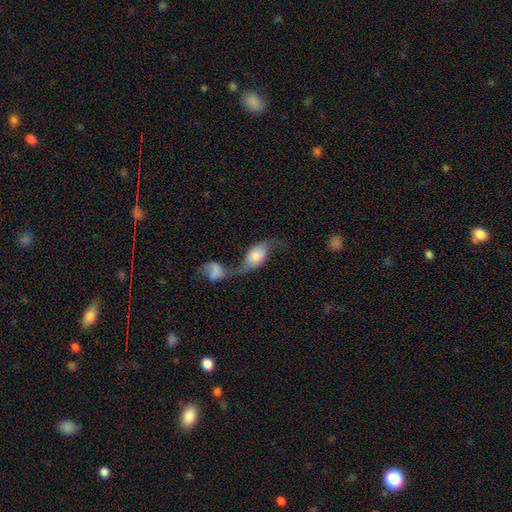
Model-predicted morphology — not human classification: smooth_or_featured: featured or disk (p=0.54) [alt: smooth p=0.39]
disk_edge_on: no (p=0.90) [alt: yes p=0.10]
merging: merger (p=0.62) [alt: none p=0.16]